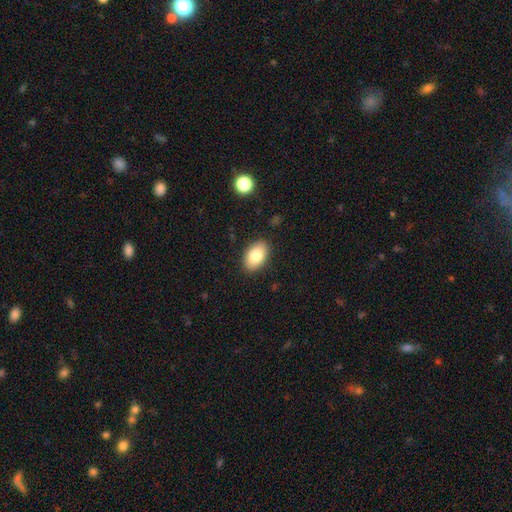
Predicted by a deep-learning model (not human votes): This is clearly a smooth galaxy (80%). How rounded: clearly in between (90%). Merging: clearly none (87%).